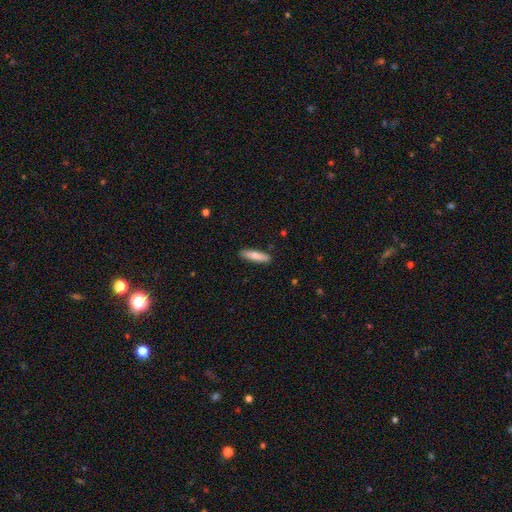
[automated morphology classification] smooth_or_featured: smooth (p=0.81) [alt: featured or disk p=0.13]
how_rounded: cigar-shaped (p=0.78) [alt: in between p=0.21]
merging: none (p=0.89) [alt: minor disturbance p=0.08]